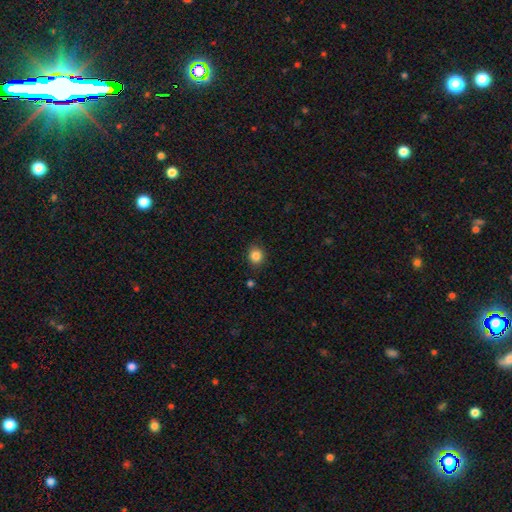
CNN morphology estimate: smooth-or-featured: smooth: 85% | star or artifact: 11% | featured or disk: 4%
  how-rounded: round: 79% | in between: 20% | cigar-shaped: 1%
  merging: none: 85% | minor disturbance: 10% | major disturbance: 3% | merger: 2%